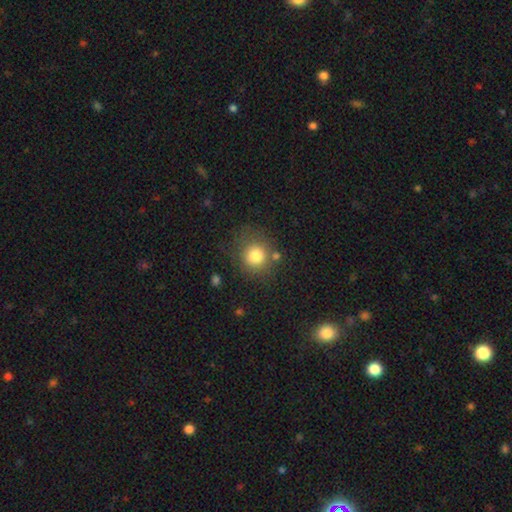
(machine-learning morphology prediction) Q: Smooth or featured?
A: smooth (80%); runner-up: star or artifact (11%)
Q: How rounded?
A: round (86%); runner-up: in between (13%)
Q: Merging?
A: none (73%); runner-up: minor disturbance (14%)